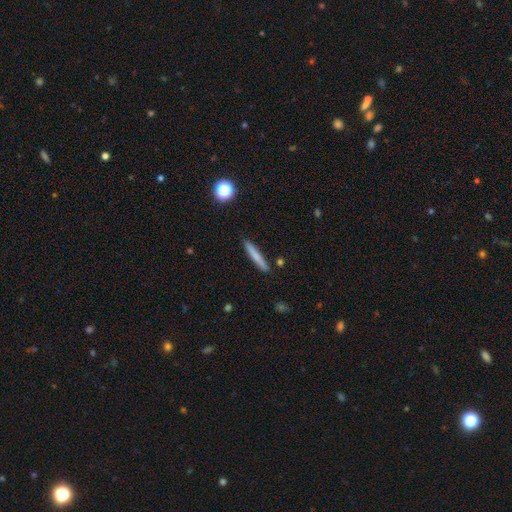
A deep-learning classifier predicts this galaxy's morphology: The model was most divided on "smooth or featured": smooth: 73%, featured or disk: 20%, star or artifact: 7%. More confident: how rounded — cigar-shaped (95%); merging — none (89%).